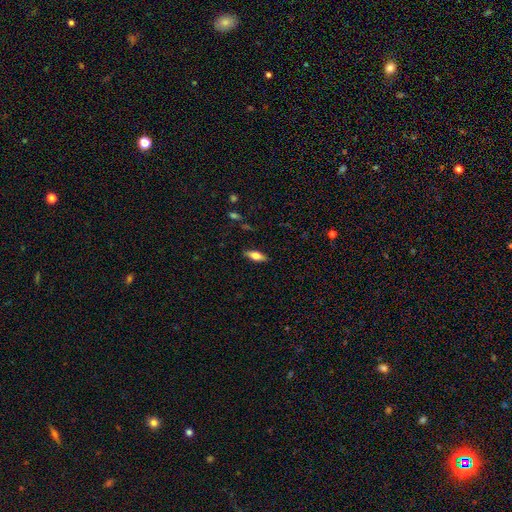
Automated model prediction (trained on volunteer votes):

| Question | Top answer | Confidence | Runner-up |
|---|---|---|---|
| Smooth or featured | smooth | 65% | featured or disk (28%) |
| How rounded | in between | 67% | cigar-shaped (30%) |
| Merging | none | 87% | minor disturbance (9%) |